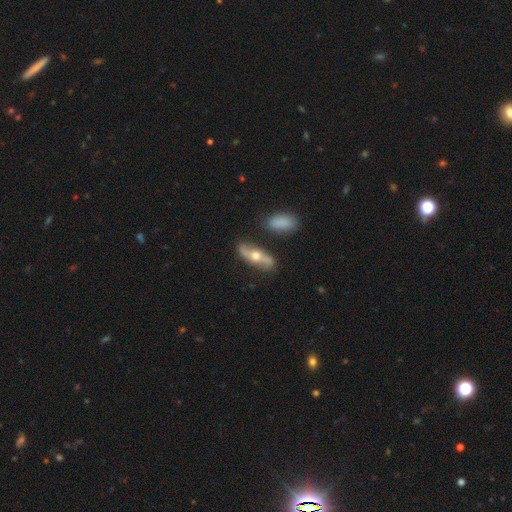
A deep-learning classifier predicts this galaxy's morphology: A featured or disk galaxy (63%). Merging: none (78%).